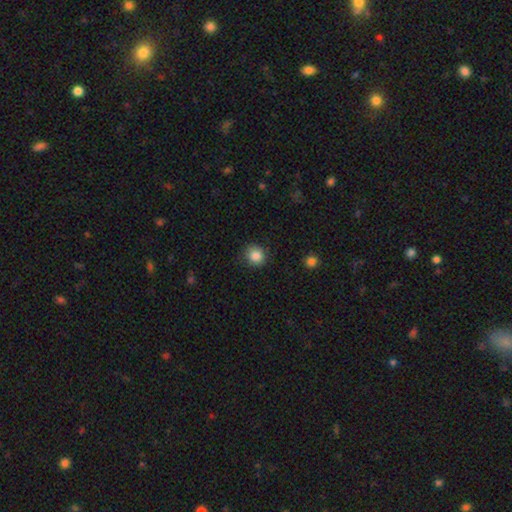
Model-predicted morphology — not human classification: smooth-or-featured: smooth: 86% | star or artifact: 10% | featured or disk: 4%
  how-rounded: round: 87% | in between: 12% | cigar-shaped: 1%
  merging: none: 86% | minor disturbance: 10% | major disturbance: 3% | merger: 1%